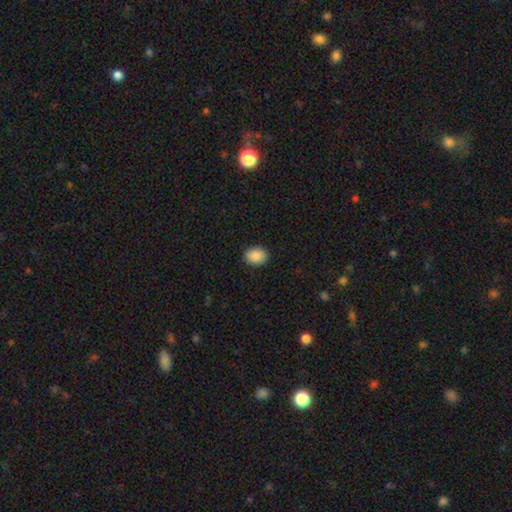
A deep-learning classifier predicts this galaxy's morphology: A smooth galaxy with no disk features (89%) that is in between round and cigar-shaped (57%).

Vote fractions:
- Smooth or featured? smooth: 89% / star or artifact: 8% / featured or disk: 3%
- How rounded? in between: 57% / round: 43% / cigar-shaped: 1%
- Merging? none: 90% / minor disturbance: 8% / major disturbance: 2% / merger: 1%